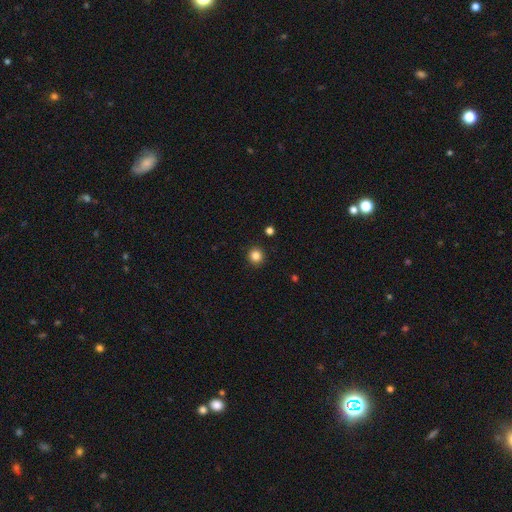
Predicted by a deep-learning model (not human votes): Overall: smooth (84%). How rounded: round (94%). Merging: none (92%).